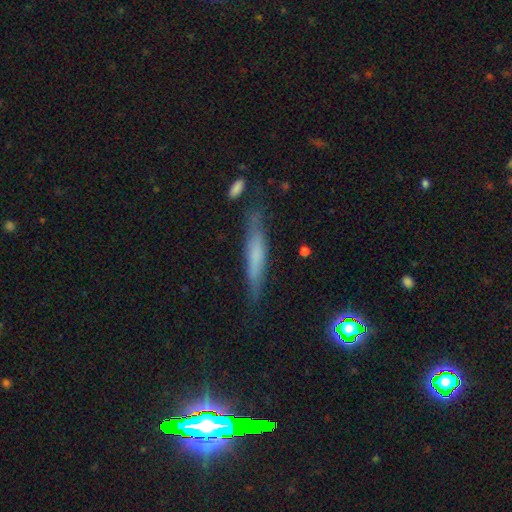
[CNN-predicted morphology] Smooth or featured: smooth — 53% (featured or disk — 37%)
How rounded: cigar-shaped — 91% (in between — 8%)
Merging: none — 74% (minor disturbance — 18%)